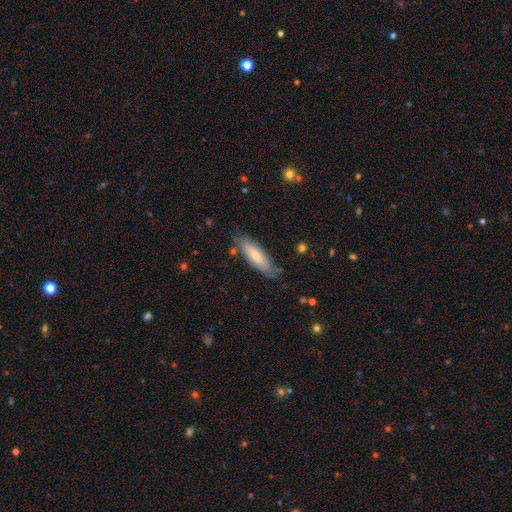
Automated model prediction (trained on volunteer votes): This appears to be a smooth galaxy with no disk features (68%) that is cigar-shaped (54%). Merging: none (76%).